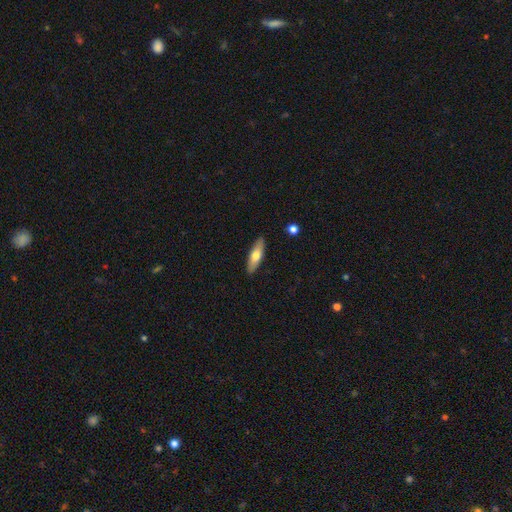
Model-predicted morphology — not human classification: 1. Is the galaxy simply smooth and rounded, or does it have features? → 63% smooth, 32% featured or disk, 6% star or artifact.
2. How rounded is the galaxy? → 54% cigar-shaped, 43% in between, 2% round.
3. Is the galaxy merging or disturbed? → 89% none, 8% minor disturbance, 2% major disturbance, 1% merger.